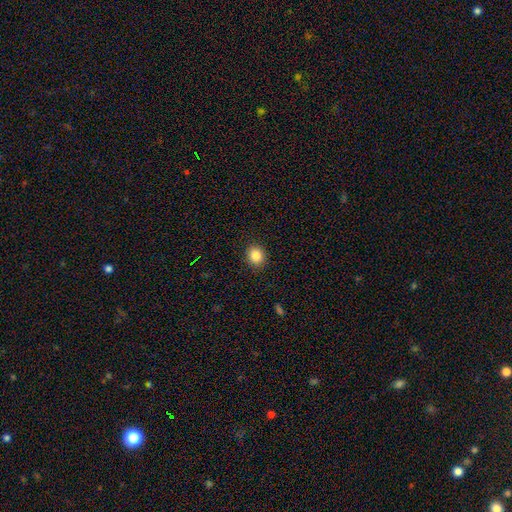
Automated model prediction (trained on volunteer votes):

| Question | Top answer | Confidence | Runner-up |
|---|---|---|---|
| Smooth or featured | smooth | 85% | star or artifact (10%) |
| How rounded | round | 74% | in between (25%) |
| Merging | none | 91% | minor disturbance (6%) |